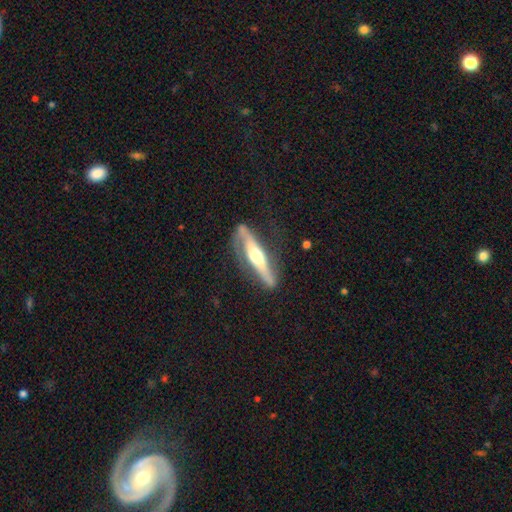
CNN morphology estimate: A featured or disk galaxy (72%) viewed edge-on (74%) with a rounded central bulge (86%). Merging: none (65%).